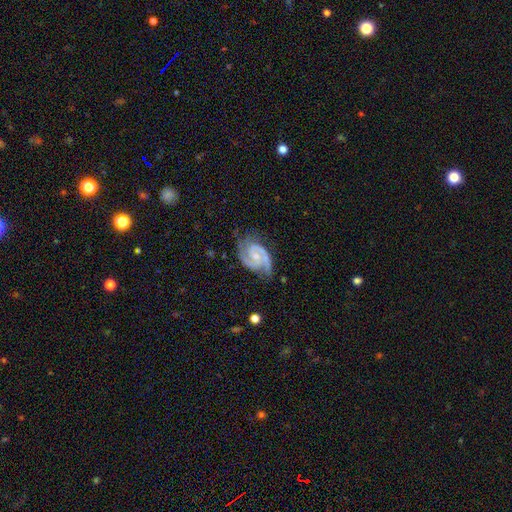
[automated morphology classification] The model was most divided on "bar": no: 49%, weak: 40%, strong: 11%. More confident: spiral arms — yes (98%); edge-on disk — no (98%); smooth or featured — featured or disk (92%); spiral arm count — 2 (83%); merging — none (67%); bulge size — small (60%); spiral winding — medium (52%).